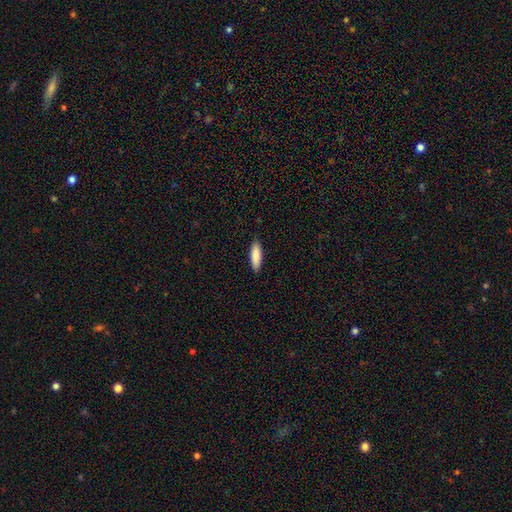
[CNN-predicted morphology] type=smooth (88%); roundness=cigar-shaped (57%); merging=none (89%).